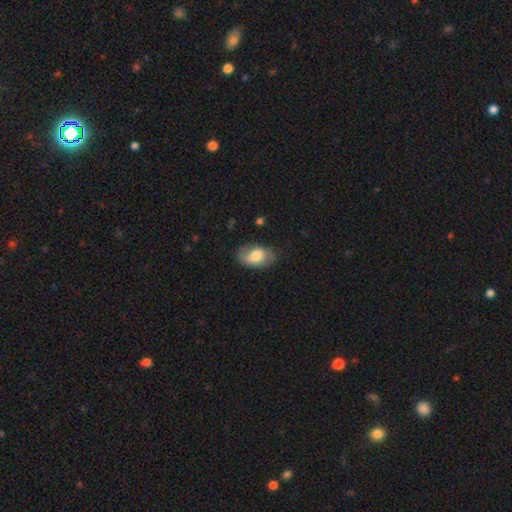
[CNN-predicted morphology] Smooth or featured? Predicted: smooth (p=0.70). How rounded? Predicted: in between (p=0.92). Merging? Predicted: none (p=0.72).